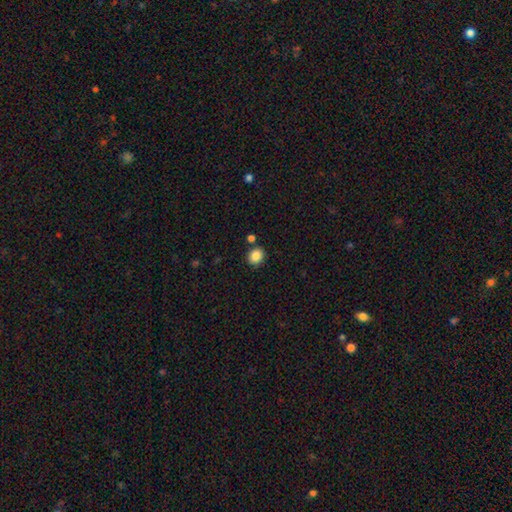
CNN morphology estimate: A smooth galaxy with no disk features (86%) that is round (72%).

Vote fractions:
- Smooth or featured? smooth: 86% / star or artifact: 9% / featured or disk: 4%
- How rounded? round: 72% / in between: 27% / cigar-shaped: 1%
- Merging? none: 82% / minor disturbance: 9% / merger: 7% / major disturbance: 2%